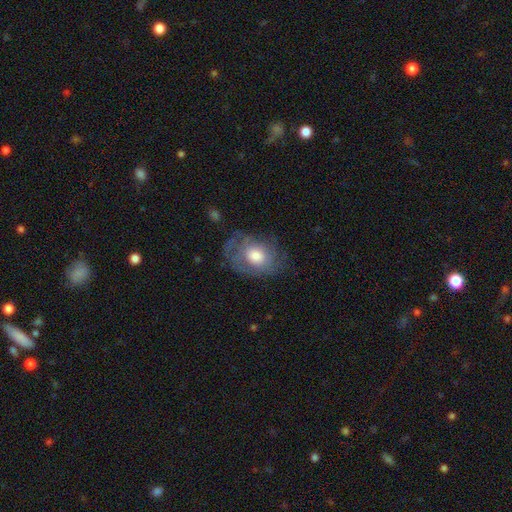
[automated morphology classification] This is possibly a featured or disk galaxy (50%). Merging: possibly none (57%).